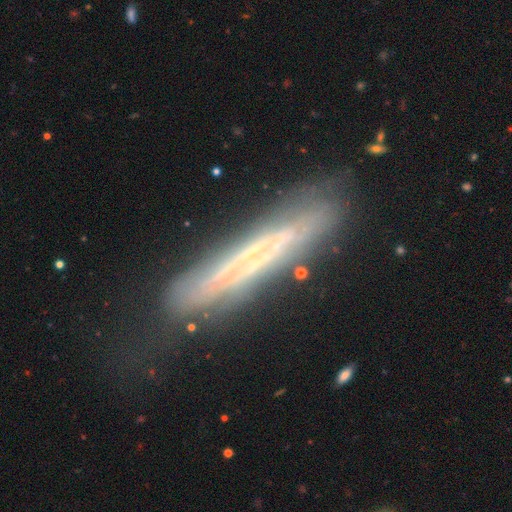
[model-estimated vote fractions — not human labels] featured or disk 63%, smooth 28%, star or artifact 9%. Down the decision tree: edge-on disk — yes (73%); merging — none (70%).